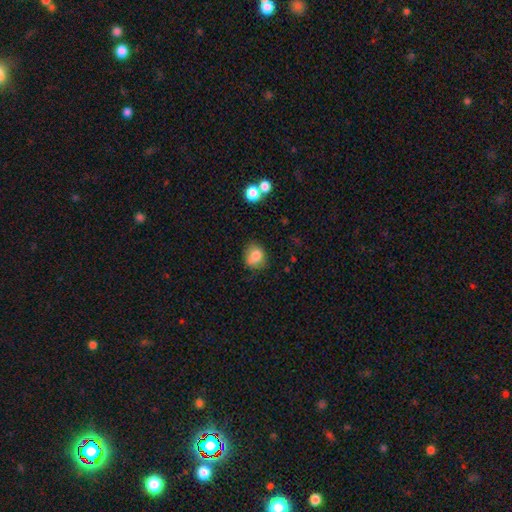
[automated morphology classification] type=smooth (81%); roundness=round (73%); merging=none (68%).